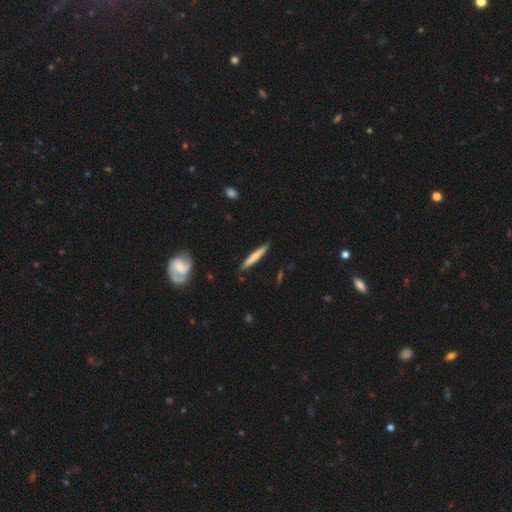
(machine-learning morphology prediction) Overall: smooth (64%; featured or disk 31%). How rounded: cigar-shaped (95%). Merging: none (89%).